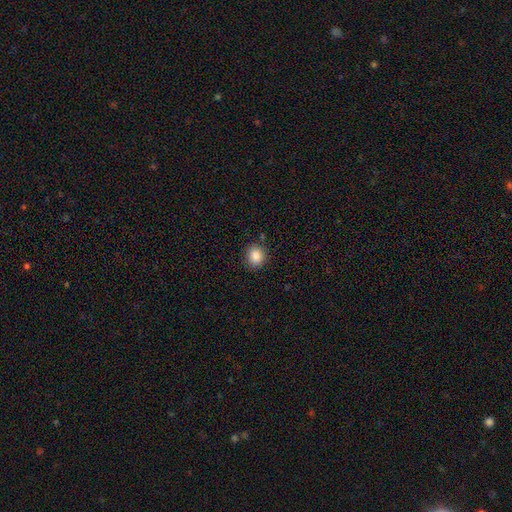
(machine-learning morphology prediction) Overall: smooth (86%). How rounded: round (77%). Merging: none (87%).